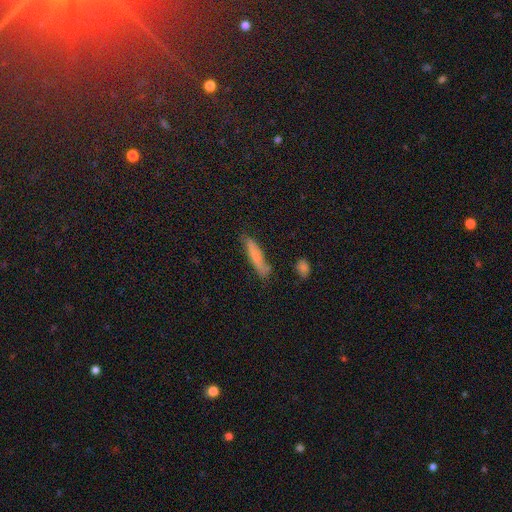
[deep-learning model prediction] smooth_or_featured: smooth (p=0.74) [alt: featured or disk p=0.18]
how_rounded: cigar-shaped (p=0.87) [alt: in between p=0.11]
merging: none (p=0.75) [alt: minor disturbance p=0.18]